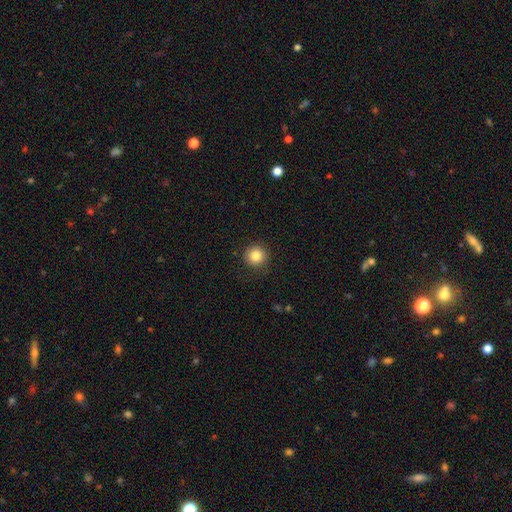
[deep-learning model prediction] smooth_or_featured: smooth (p=0.85) [alt: star or artifact p=0.10]
how_rounded: round (p=0.94) [alt: in between p=0.05]
merging: none (p=0.90) [alt: minor disturbance p=0.07]